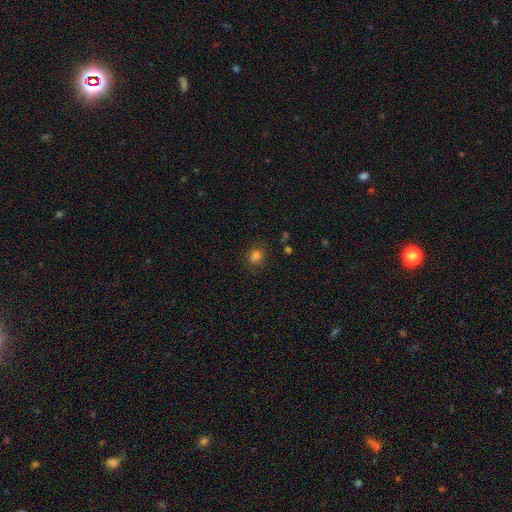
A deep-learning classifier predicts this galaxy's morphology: A smooth galaxy with no disk features (79%) that is round (73%). Merging: none (81%).